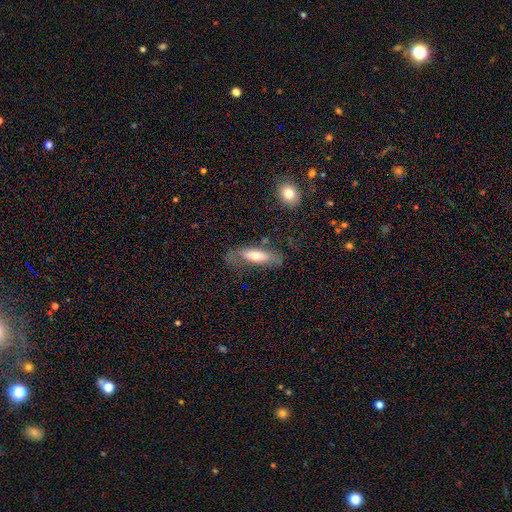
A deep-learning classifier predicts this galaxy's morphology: smooth 58%, featured or disk 34%, star or artifact 7%. Down the decision tree: how rounded — in between (54%); merging — none (53%).